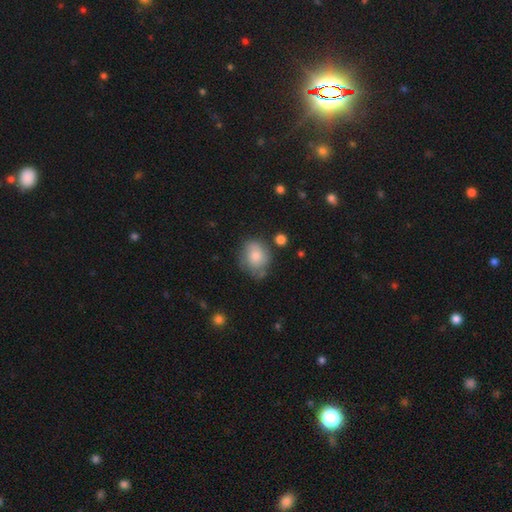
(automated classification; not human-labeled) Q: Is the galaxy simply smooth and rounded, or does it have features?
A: smooth — 73%.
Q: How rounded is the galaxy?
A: round — 62%.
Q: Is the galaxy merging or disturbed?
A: none — 57%.